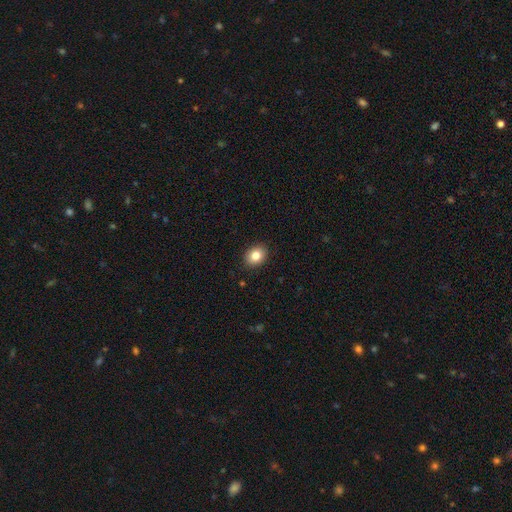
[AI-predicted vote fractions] The model was most divided on "how rounded": in between: 53%, round: 46%, cigar-shaped: 1%. More confident: merging — none (89%); smooth or featured — smooth (84%).